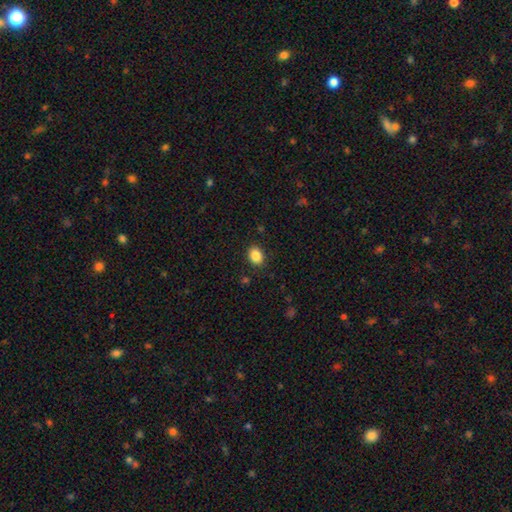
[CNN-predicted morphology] A smooth galaxy with no disk features (87%) that is in between round and cigar-shaped (67%). Merging: none (88%).